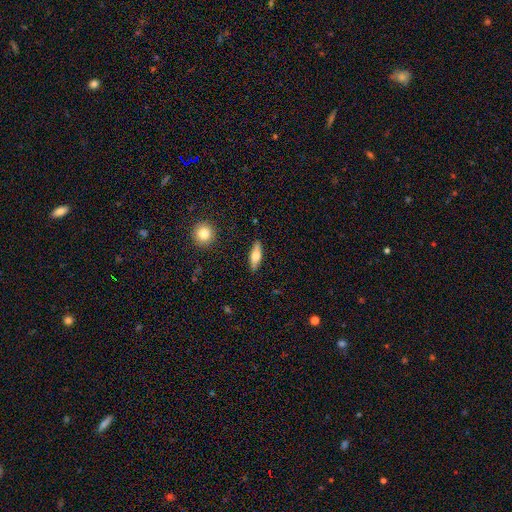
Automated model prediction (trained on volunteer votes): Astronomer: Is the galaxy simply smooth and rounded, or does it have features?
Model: smooth — 58% (runner-up: featured or disk, 36%).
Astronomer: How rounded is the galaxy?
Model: in between — 50% (runner-up: cigar-shaped, 47%).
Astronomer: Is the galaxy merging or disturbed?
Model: none — 88%.